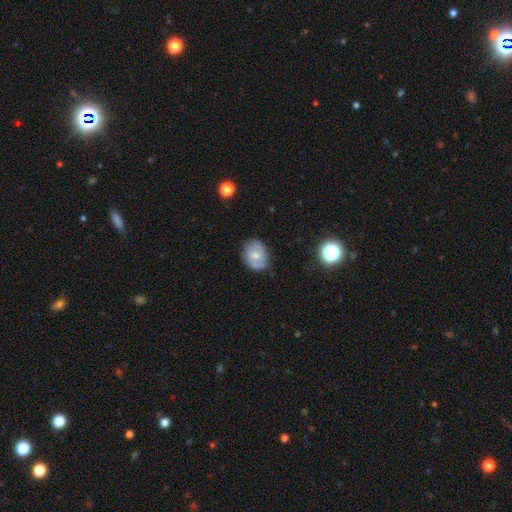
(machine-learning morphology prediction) This is possibly a smooth galaxy (48%). Merging: likely none (75%).